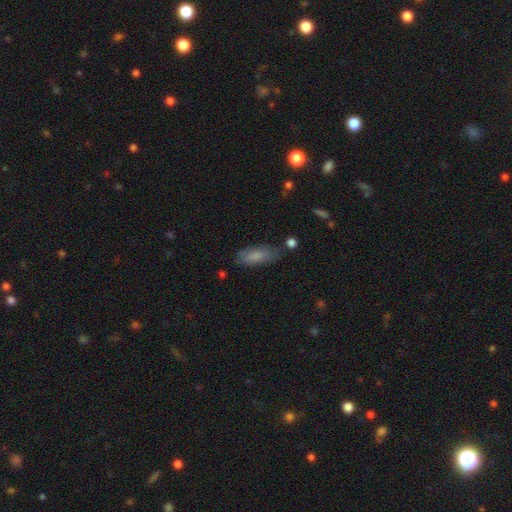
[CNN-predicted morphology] Smooth or featured: smooth — 78% (featured or disk — 15%)
How rounded: in between — 67% (cigar-shaped — 31%)
Merging: none — 68% (minor disturbance — 22%)